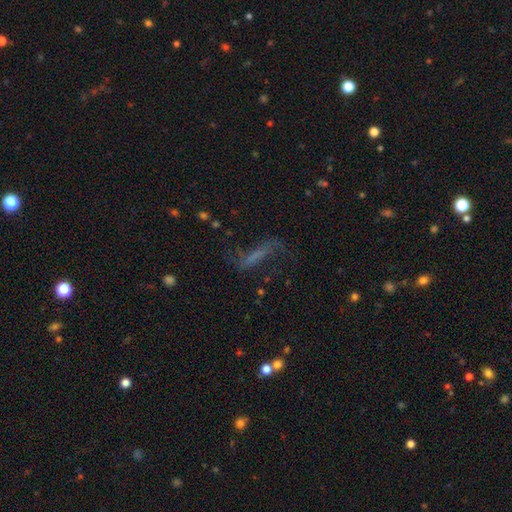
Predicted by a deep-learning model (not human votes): Smooth or featured: featured or disk — 49% (smooth — 33%)
Merging: none — 55% (major disturbance — 22%)